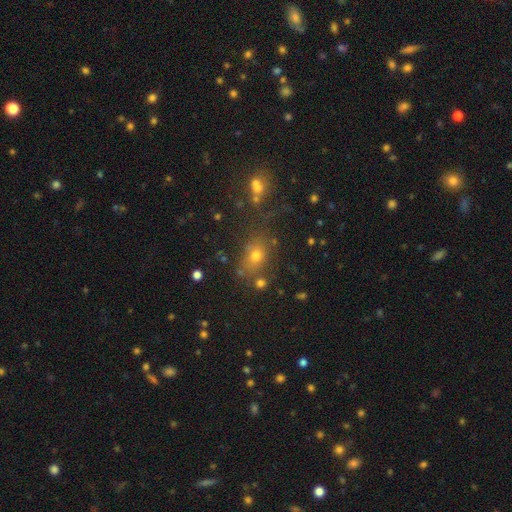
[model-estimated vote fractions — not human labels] Overall: smooth (65%). How rounded: in between (50%; round 47%). Merging: none (69%).